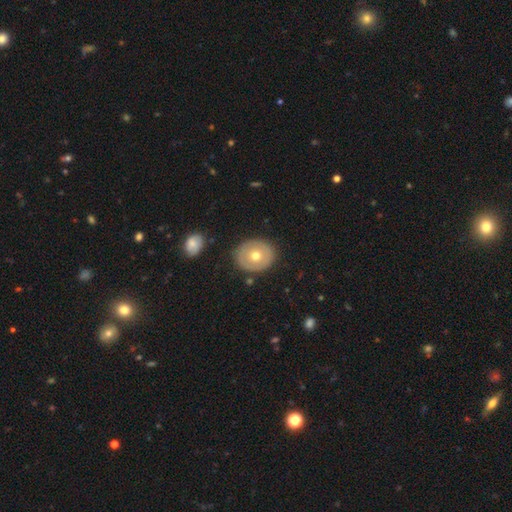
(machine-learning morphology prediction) smooth_or_featured: smooth (p=0.54) [alt: featured or disk p=0.39]
how_rounded: round (p=0.69) [alt: in between p=0.30]
merging: none (p=0.84) [alt: minor disturbance p=0.10]